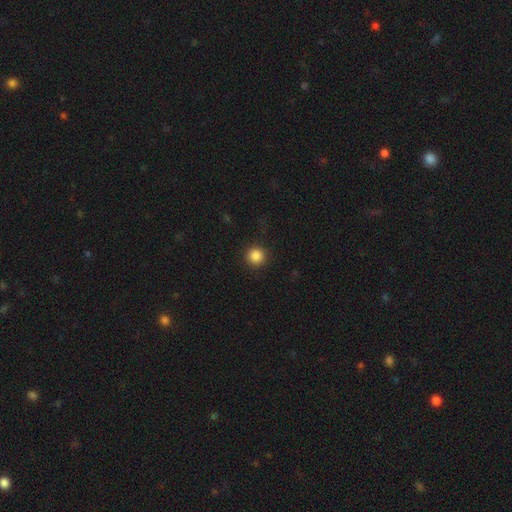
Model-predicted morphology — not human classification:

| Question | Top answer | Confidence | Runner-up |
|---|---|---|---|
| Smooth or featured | smooth | 87% | star or artifact (10%) |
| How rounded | round | 95% | in between (4%) |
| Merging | none | 91% | minor disturbance (6%) |